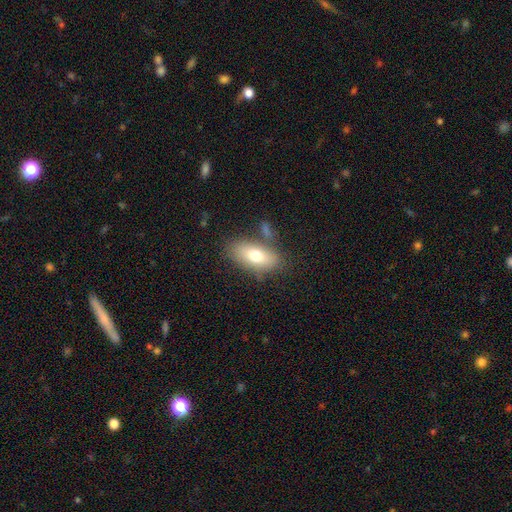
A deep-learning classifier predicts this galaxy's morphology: smooth_or_featured: smooth (p=0.70) [alt: featured or disk p=0.22]
how_rounded: in between (p=0.86) [alt: cigar-shaped p=0.09]
merging: none (p=0.71) [alt: minor disturbance p=0.16]